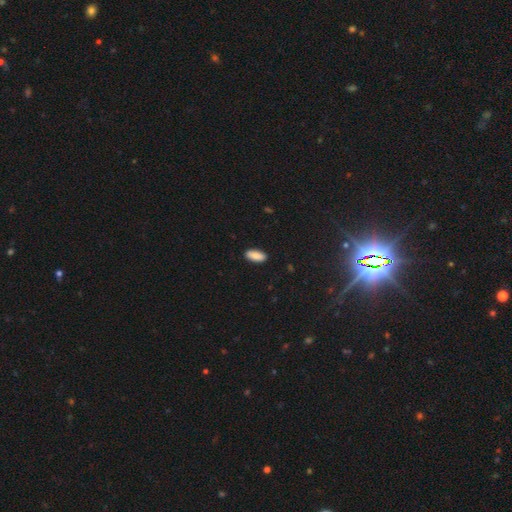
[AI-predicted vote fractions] Overall: smooth (88%). How rounded: in between (85%). Merging: none (89%).